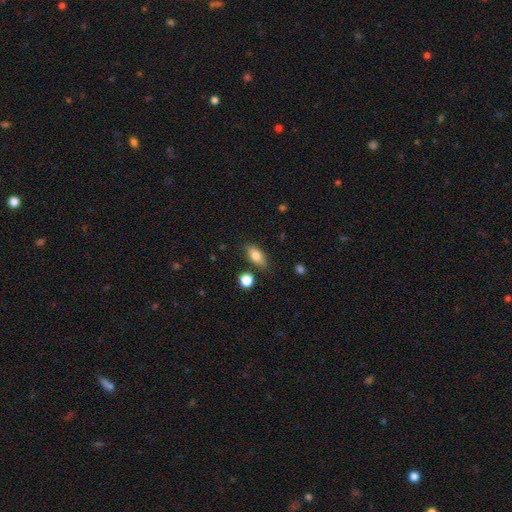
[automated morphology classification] A smooth galaxy with no disk features (79%) that is in between round and cigar-shaped (83%). Merging: none (79%).